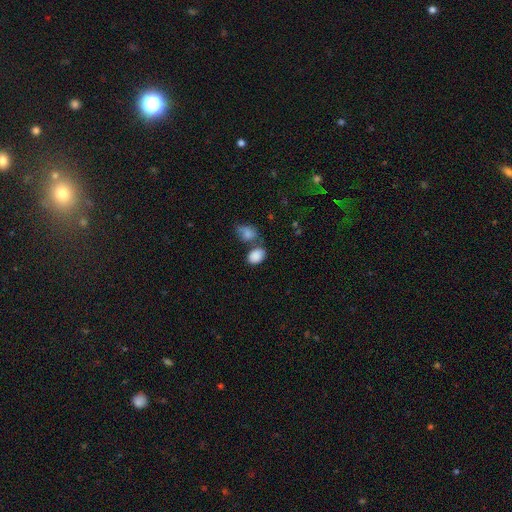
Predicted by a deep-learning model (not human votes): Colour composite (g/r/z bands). It shows a smooth galaxy with no disk features (87%) that is in between round and cigar-shaped (83%). Merging: none (50%).